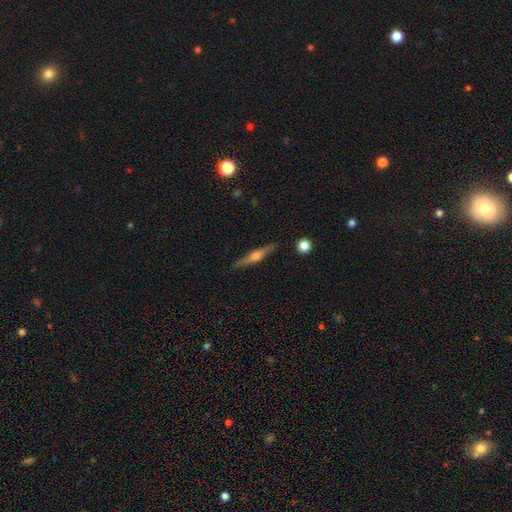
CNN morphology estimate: smooth-or-featured: featured or disk: 66% | smooth: 28% | star or artifact: 6%
  disk-edge-on: yes: 97% | no: 3%
    edge-on-bulge: rounded: 84% | boxy: 11% | none: 5%
  merging: none: 88% | minor disturbance: 8% | major disturbance: 2% | merger: 2%